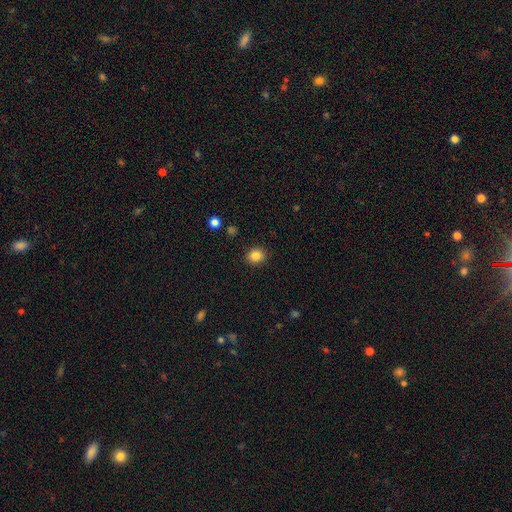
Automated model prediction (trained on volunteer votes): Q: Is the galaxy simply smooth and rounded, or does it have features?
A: smooth — 85%.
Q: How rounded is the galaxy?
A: round — 74%.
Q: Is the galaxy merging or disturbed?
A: none — 90%.